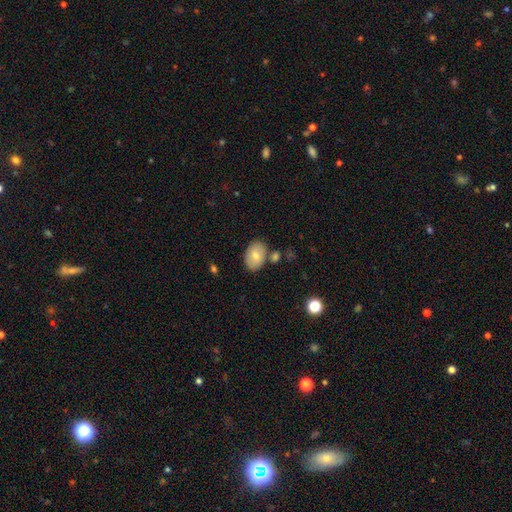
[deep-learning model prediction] Smooth or featured?
  - smooth: 74% *
  - featured or disk: 19%
  - star or artifact: 7%
How rounded?
  - in between: 87% *
  - round: 12%
  - cigar-shaped: 1%
Merging?
  - none: 73% *
  - minor disturbance: 14%
  - merger: 10%
  - major disturbance: 3%